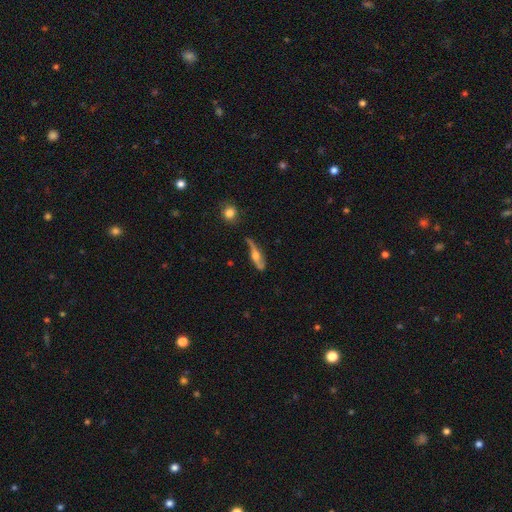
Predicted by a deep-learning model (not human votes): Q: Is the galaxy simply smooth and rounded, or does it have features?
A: featured or disk — 73%.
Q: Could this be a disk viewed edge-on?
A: no — 51%.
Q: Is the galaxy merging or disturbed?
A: none — 58%.